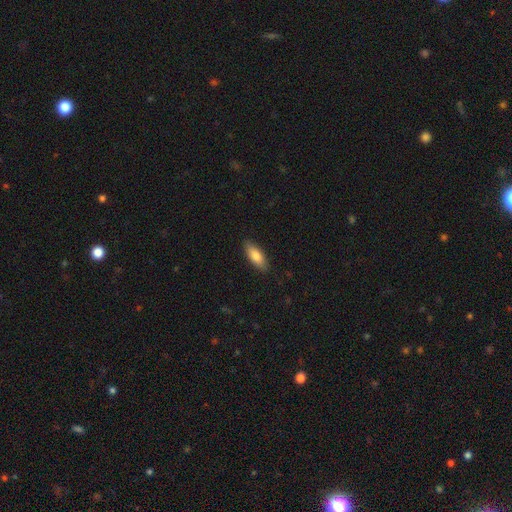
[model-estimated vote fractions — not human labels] This is clearly a smooth galaxy (82%). How rounded: likely in between (75%). Merging: clearly none (87%).